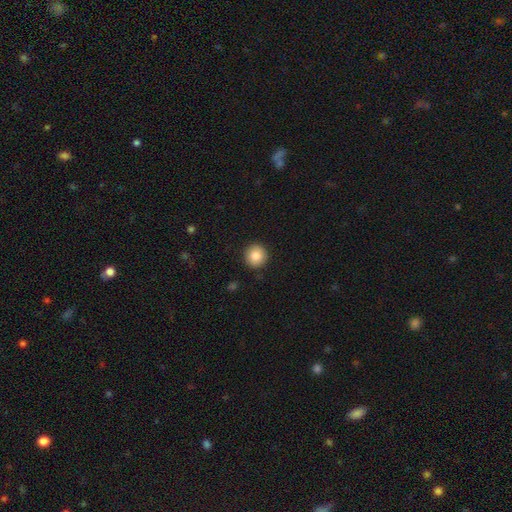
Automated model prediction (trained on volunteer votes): Overall: smooth (85%). How rounded: round (92%). Merging: none (92%).